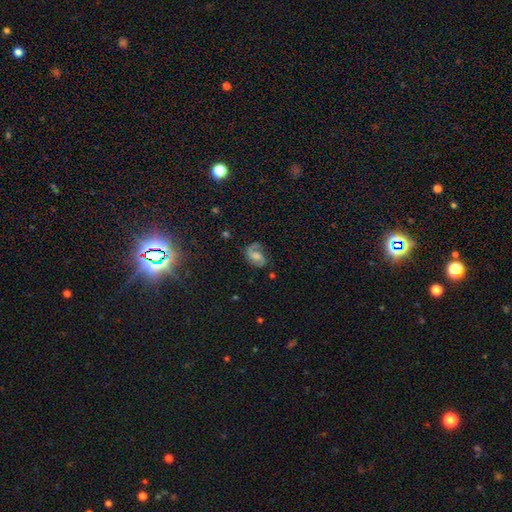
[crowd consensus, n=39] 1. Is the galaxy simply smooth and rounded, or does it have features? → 87% featured or disk, 8% star or artifact, 5% smooth.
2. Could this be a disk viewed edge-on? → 100% no, 0% yes.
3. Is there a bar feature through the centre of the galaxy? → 56% no, 38% weak, 6% strong.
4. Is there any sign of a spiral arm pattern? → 91% yes, 9% no.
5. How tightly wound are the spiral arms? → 48% medium, 35% loose, 16% tight.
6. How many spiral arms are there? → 97% 2, 3% 1, 0% 3, 0% 4, 0% more than 4, 0% can't tell.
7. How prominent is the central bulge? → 44% moderate, 26% small, 15% large, 15% none, 0% dominant.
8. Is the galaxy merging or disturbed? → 67% none, 25% minor disturbance, 8% major disturbance, 0% merger.